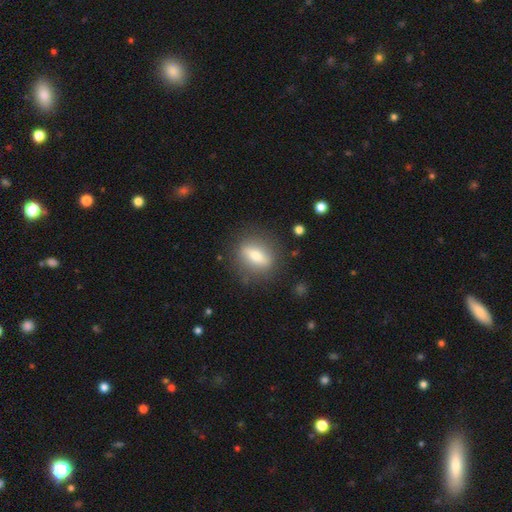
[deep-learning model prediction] Smooth or featured: smooth — 54% (featured or disk — 38%)
How rounded: in between — 53% (round — 25%)
Merging: none — 84% (minor disturbance — 11%)